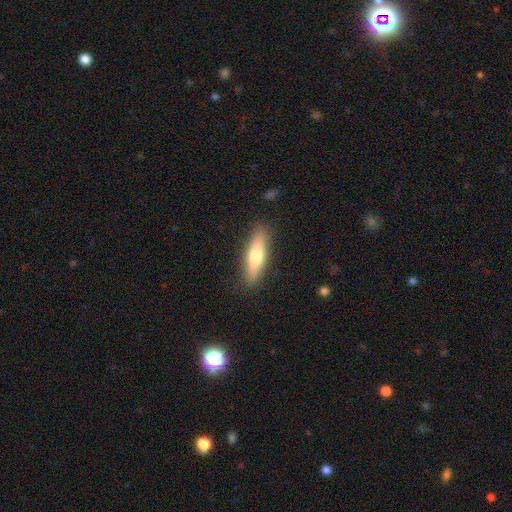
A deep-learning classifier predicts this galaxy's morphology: smooth-or-featured: smooth: 65% | featured or disk: 29% | star or artifact: 6%
  how-rounded: cigar-shaped: 68% | in between: 31% | round: 2%
  merging: none: 88% | minor disturbance: 9% | major disturbance: 2% | merger: 1%